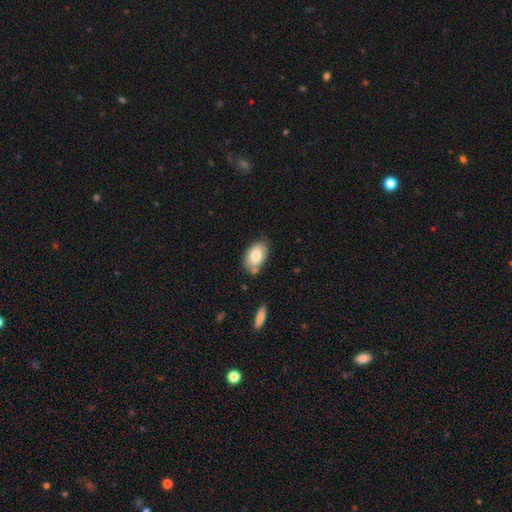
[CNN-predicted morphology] Smooth or featured?
  - smooth: 81% *
  - featured or disk: 12%
  - star or artifact: 7%
How rounded?
  - in between: 90% *
  - round: 8%
  - cigar-shaped: 1%
Merging?
  - none: 70% *
  - minor disturbance: 19%
  - merger: 8%
  - major disturbance: 4%